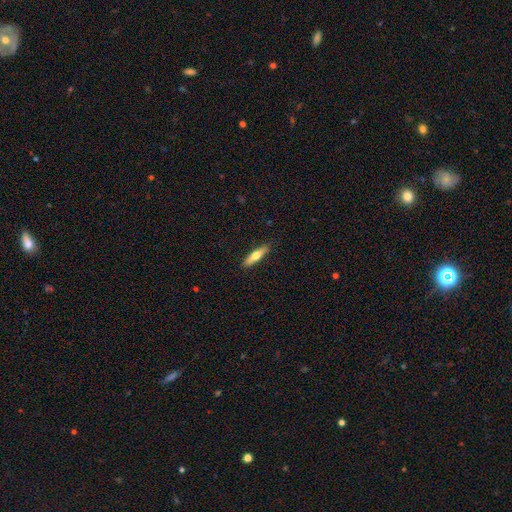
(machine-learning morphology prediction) Smooth or featured? Predicted: smooth (p=0.54). How rounded? Predicted: cigar-shaped (p=0.78). Merging? Predicted: none (p=0.90).